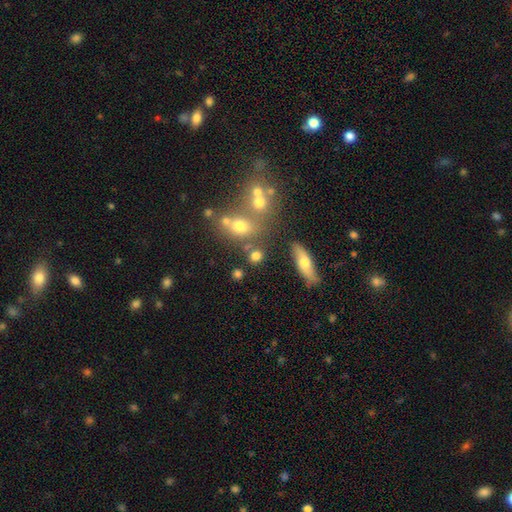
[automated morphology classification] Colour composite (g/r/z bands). It shows a smooth galaxy with no disk features (72%) that is round (59%). Merging: none (63%).